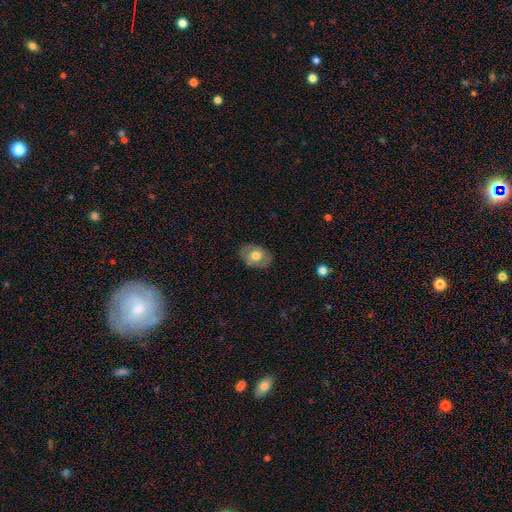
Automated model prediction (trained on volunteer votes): The model was most divided on "smooth or featured": smooth: 63%, featured or disk: 30%, star or artifact: 7%. More confident: merging — none (82%); how rounded — in between (77%).